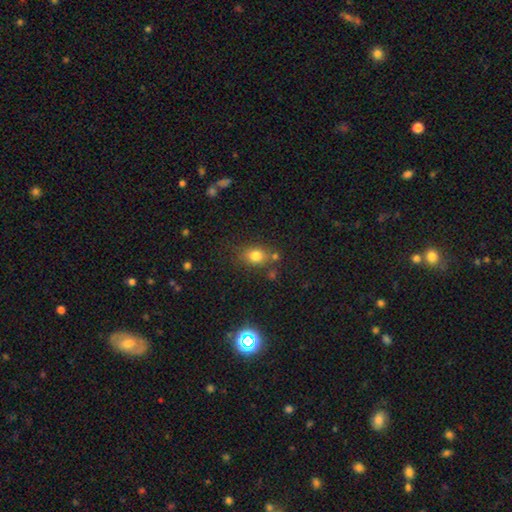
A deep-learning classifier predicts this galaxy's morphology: This appears to be a smooth galaxy with no disk features (78%) that is in between round and cigar-shaped (51%). Merging: none (69%).